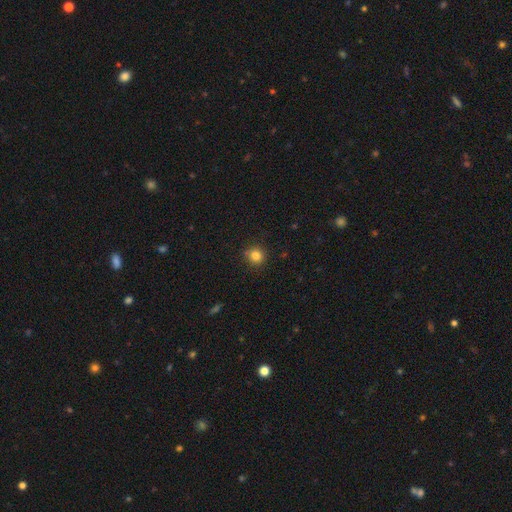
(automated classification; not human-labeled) smooth 82%, star or artifact 12%, featured or disk 5%. Down the decision tree: how rounded — round (90%); merging — none (86%).